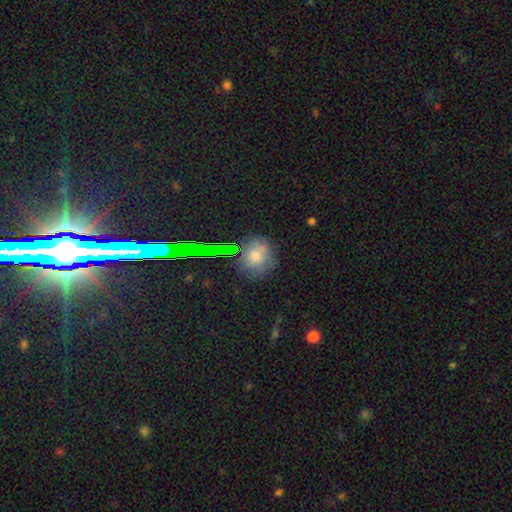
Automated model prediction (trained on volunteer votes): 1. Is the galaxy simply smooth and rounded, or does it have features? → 69% smooth, 19% star or artifact, 13% featured or disk.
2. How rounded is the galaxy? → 77% round, 21% in between, 2% cigar-shaped.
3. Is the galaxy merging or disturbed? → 75% none, 16% minor disturbance, 5% major disturbance, 4% merger.